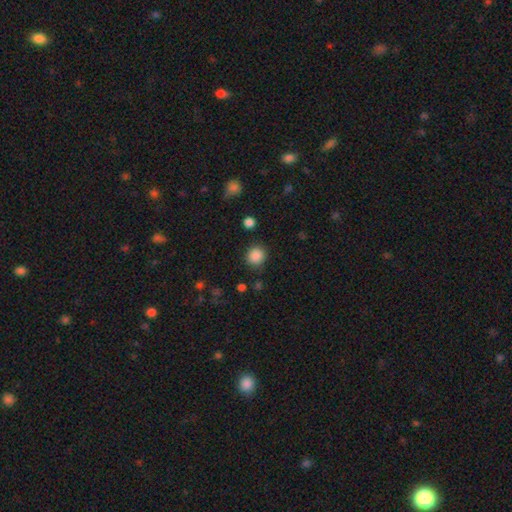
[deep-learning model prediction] Morphology: type=smooth (87%); roundness=round (90%); merging=none (86%).